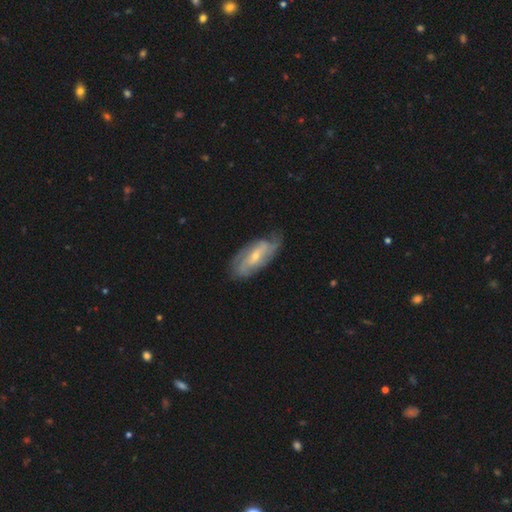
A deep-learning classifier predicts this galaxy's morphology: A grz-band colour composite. It shows a featured or disk galaxy (74%) with a weak bar (42%), 2 (50%) medium (40%) spiral arms (87%) and a small central bulge (62%). Merging: none (66%).